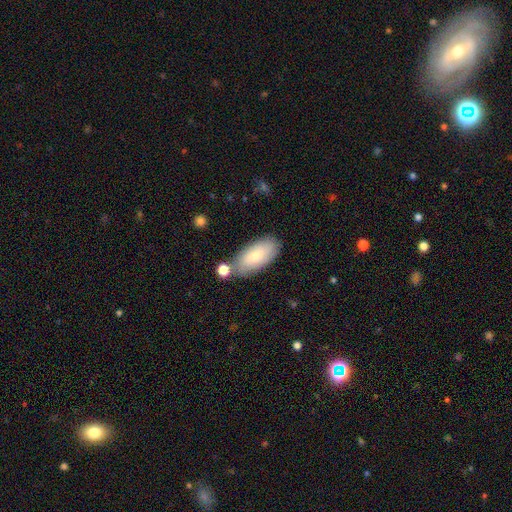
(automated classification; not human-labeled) smooth 72%, featured or disk 22%, star or artifact 6%. Down the decision tree: how rounded — in between (91%); merging — none (70%).